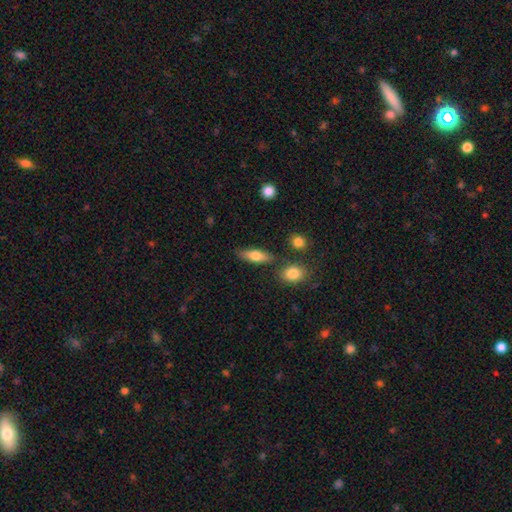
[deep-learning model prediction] A smooth galaxy with no disk features (72%) that is in between round and cigar-shaped (64%).

Vote fractions:
- Smooth or featured? smooth: 72% / featured or disk: 21% / star or artifact: 7%
- How rounded? in between: 64% / cigar-shaped: 32% / round: 4%
- Merging? none: 79% / minor disturbance: 12% / merger: 6% / major disturbance: 3%